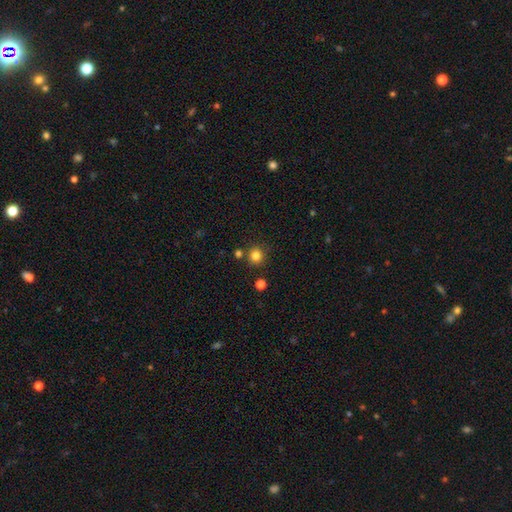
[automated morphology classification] smooth 82%, star or artifact 13%, featured or disk 5%. Down the decision tree: how rounded — round (92%); merging — none (83%).